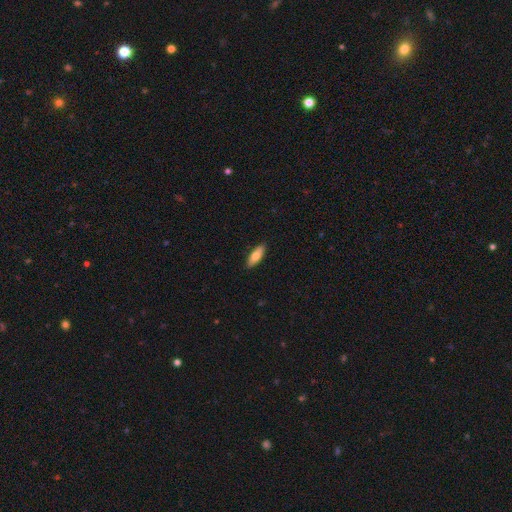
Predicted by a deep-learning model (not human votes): Smooth or featured? smooth (76%)
How rounded? in between (65%)
Merging? none (90%)